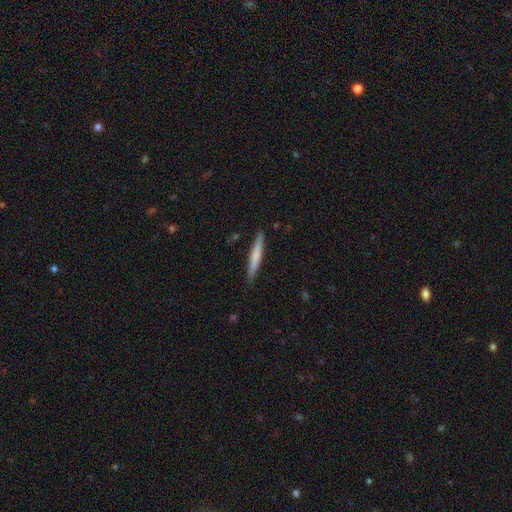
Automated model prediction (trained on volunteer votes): smooth_or_featured: smooth (p=0.60) [alt: featured or disk p=0.35]
how_rounded: cigar-shaped (p=0.96) [alt: in between p=0.03]
merging: none (p=0.90) [alt: minor disturbance p=0.08]